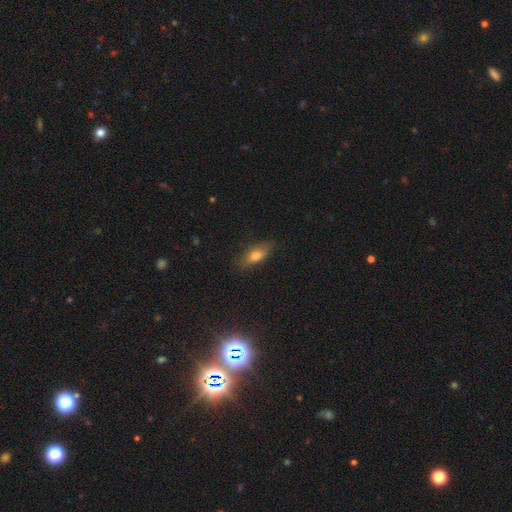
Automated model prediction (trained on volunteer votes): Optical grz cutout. It shows a smooth galaxy with no disk features (70%) that is in between round and cigar-shaped (73%). Merging: none (82%).